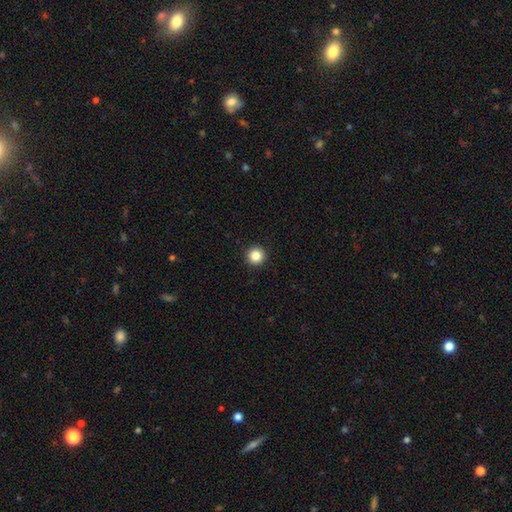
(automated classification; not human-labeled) Smooth or featured: smooth — 85% (star or artifact — 11%)
How rounded: round — 96% (in between — 3%)
Merging: none — 94% (minor disturbance — 4%)